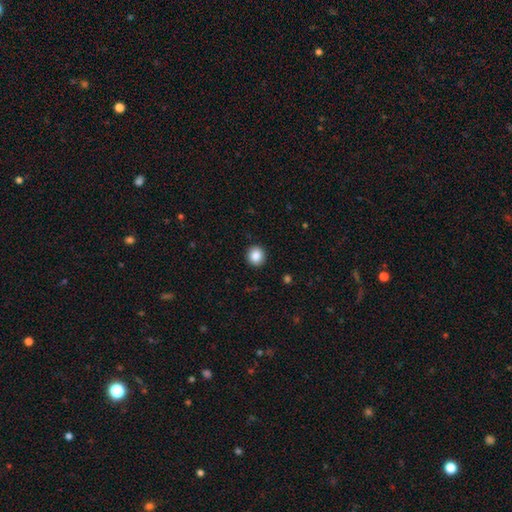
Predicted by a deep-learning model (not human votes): smooth 87%, star or artifact 9%, featured or disk 4%. Down the decision tree: how rounded — round (92%); merging — none (93%).